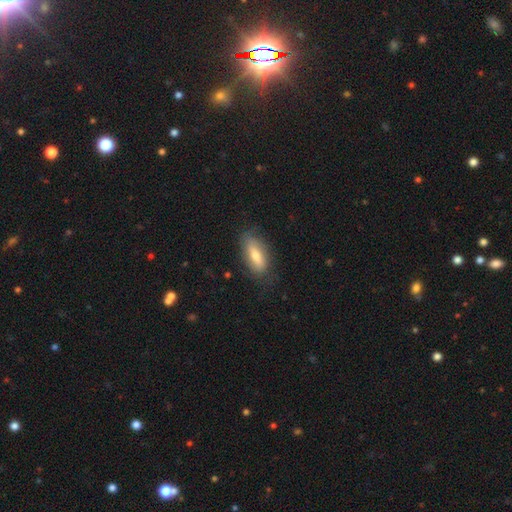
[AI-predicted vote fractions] Overall: smooth (67%). How rounded: in between (73%). Merging: none (76%).